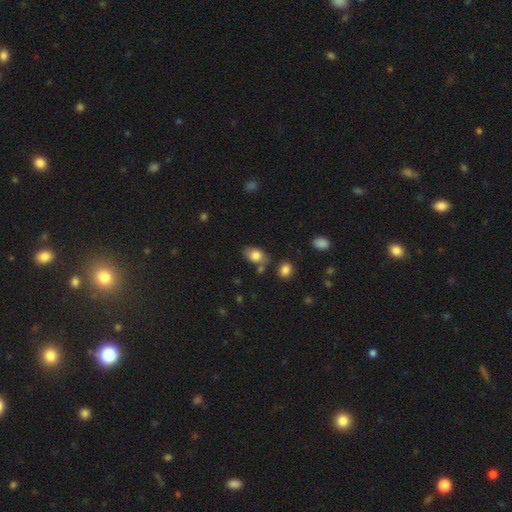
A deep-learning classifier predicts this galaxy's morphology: Smooth or featured? smooth (79%)
How rounded? in between (85%)
Merging? none (67%)